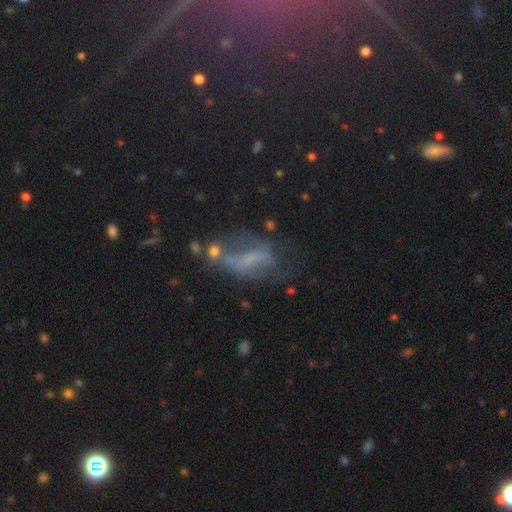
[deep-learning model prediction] Morphology: type=featured or disk (53%); edge-on=no (91%); merging=major disturbance (35%).